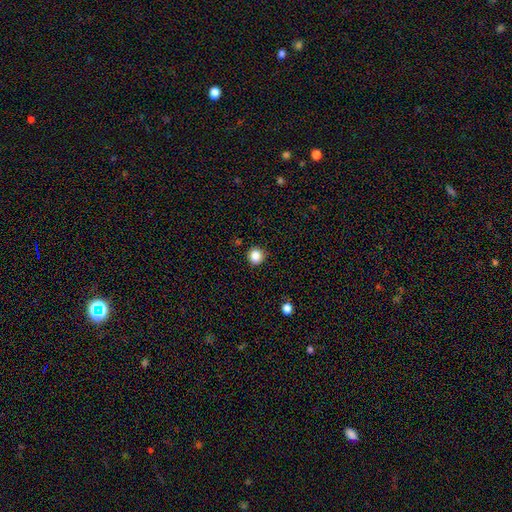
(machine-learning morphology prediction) smooth 86%, star or artifact 11%, featured or disk 3%. Down the decision tree: how rounded — round (94%); merging — none (91%).